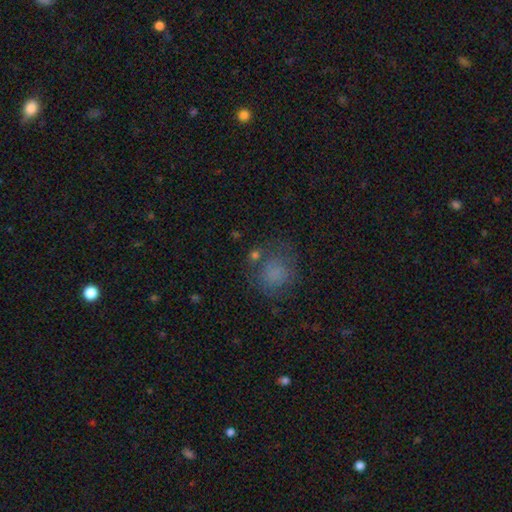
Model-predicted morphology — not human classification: A smooth galaxy with no disk features (69%) that is round (83%).

Vote fractions:
- Smooth or featured? smooth: 69% / star or artifact: 16% / featured or disk: 15%
- How rounded? round: 83% / in between: 16% / cigar-shaped: 1%
- Merging? none: 63% / minor disturbance: 18% / major disturbance: 12% / merger: 7%